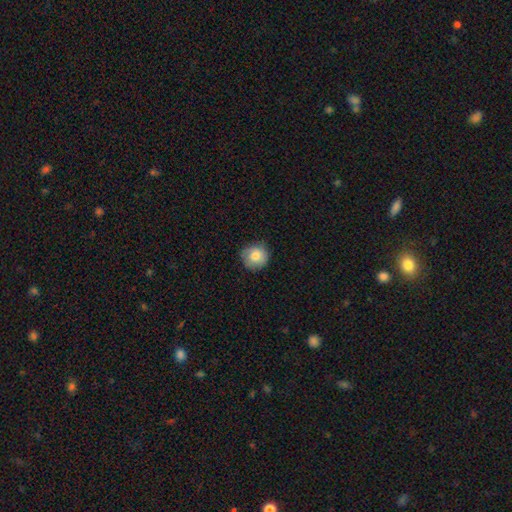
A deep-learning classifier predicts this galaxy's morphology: This appears to be a smooth galaxy with no disk features (81%) that is round (91%). Merging: none (82%).